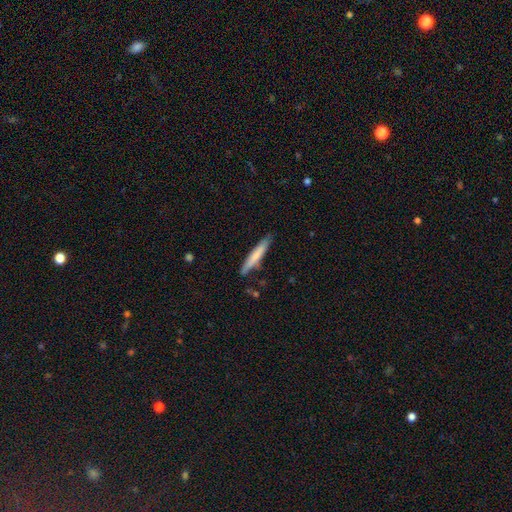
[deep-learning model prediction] smooth_or_featured: smooth (p=0.71) [alt: featured or disk p=0.24]
how_rounded: cigar-shaped (p=0.93) [alt: in between p=0.06]
merging: none (p=0.82) [alt: minor disturbance p=0.13]